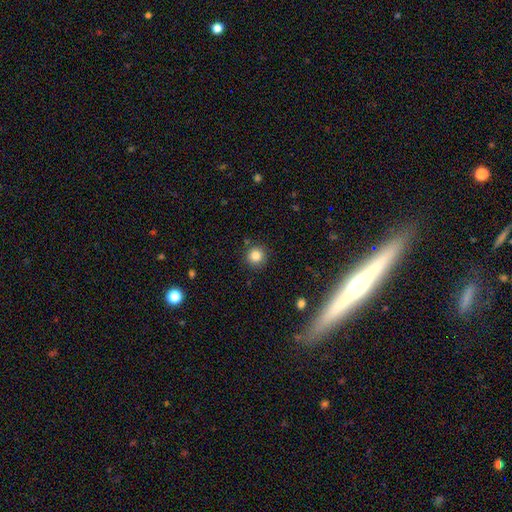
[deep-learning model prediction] Smooth or featured?
  - smooth: 83% *
  - star or artifact: 11%
  - featured or disk: 5%
How rounded?
  - round: 94% *
  - in between: 5%
  - cigar-shaped: 1%
Merging?
  - none: 89% *
  - minor disturbance: 7%
  - major disturbance: 2%
  - merger: 2%